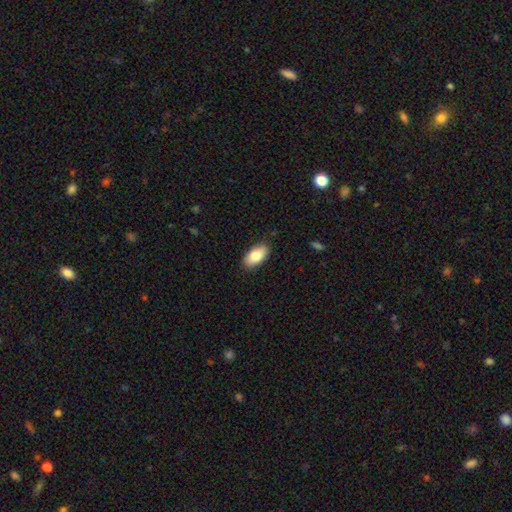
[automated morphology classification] smooth_or_featured: smooth (p=0.81) [alt: featured or disk p=0.12]
how_rounded: in between (p=0.92) [alt: round p=0.04]
merging: none (p=0.87) [alt: minor disturbance p=0.10]